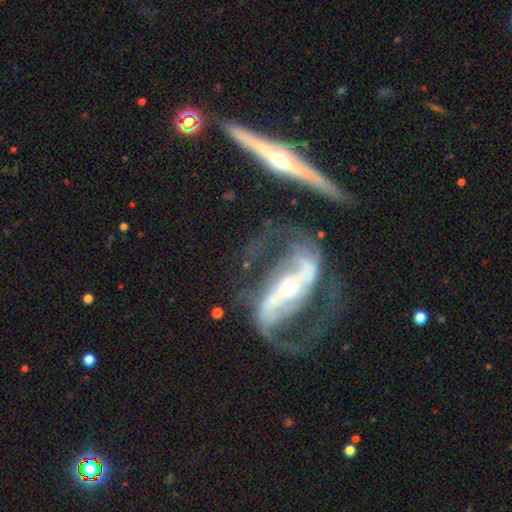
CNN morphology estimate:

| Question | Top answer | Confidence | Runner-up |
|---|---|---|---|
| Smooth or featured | featured or disk | 89% | smooth (6%) |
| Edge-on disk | no | 68% | yes (32%) |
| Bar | strong | 58% | weak (22%) |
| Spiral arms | yes | 89% | no (11%) |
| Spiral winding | medium | 44% | loose (31%) |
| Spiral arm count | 2 | 88% | can't tell (6%) |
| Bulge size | small | 50% | moderate (43%) |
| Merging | none | 49% | merger (23%) |